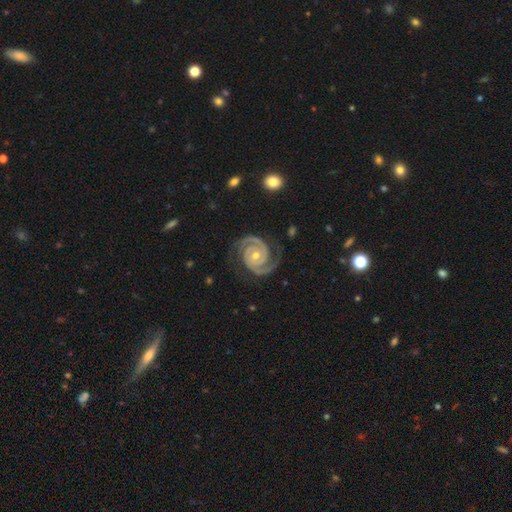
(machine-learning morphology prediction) A featured or disk galaxy (93%) with no bar (71%), 2 (92%) tight (66%) spiral arms (99%) and a moderate central bulge (48%, tied with small). Merging: none (82%).